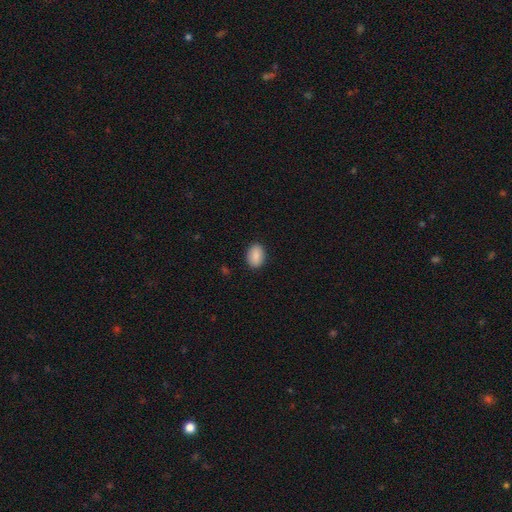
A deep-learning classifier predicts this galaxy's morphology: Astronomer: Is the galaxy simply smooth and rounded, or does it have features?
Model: smooth — 89%.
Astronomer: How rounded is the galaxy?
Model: in between — 81%.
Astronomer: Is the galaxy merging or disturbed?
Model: none — 89%.